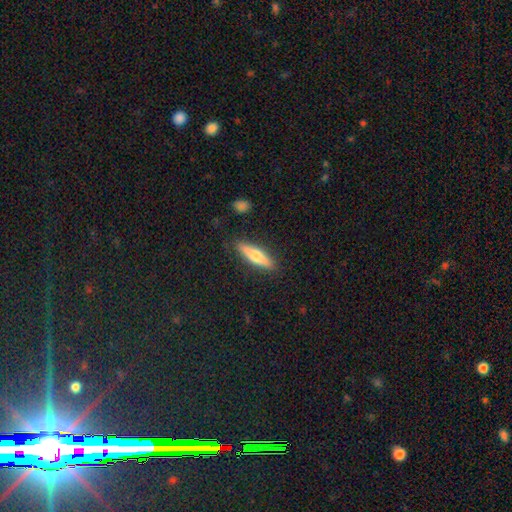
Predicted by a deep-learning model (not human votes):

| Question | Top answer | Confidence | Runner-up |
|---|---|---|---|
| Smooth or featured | smooth | 60% | featured or disk (34%) |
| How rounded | cigar-shaped | 73% | in between (25%) |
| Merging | none | 87% | minor disturbance (9%) |